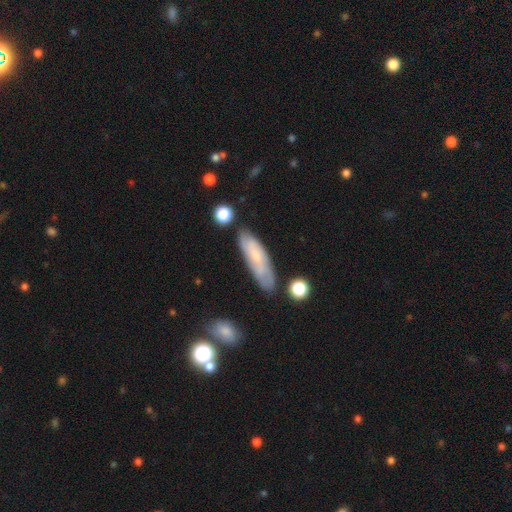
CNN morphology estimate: This is possibly a smooth galaxy (57%). How rounded: possibly cigar-shaped (58%). Merging: likely none (70%).